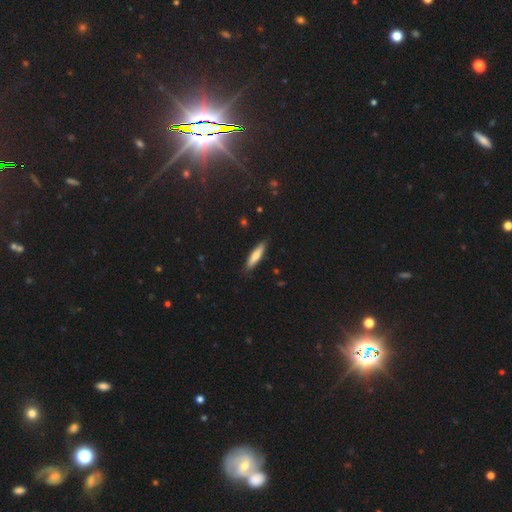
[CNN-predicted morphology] A smooth galaxy with no disk features (66%) that is cigar-shaped (79%).

Vote fractions:
- Smooth or featured? smooth: 66% / featured or disk: 28% / star or artifact: 6%
- How rounded? cigar-shaped: 79% / in between: 19% / round: 2%
- Merging? none: 88% / minor disturbance: 10% / major disturbance: 2% / merger: 1%